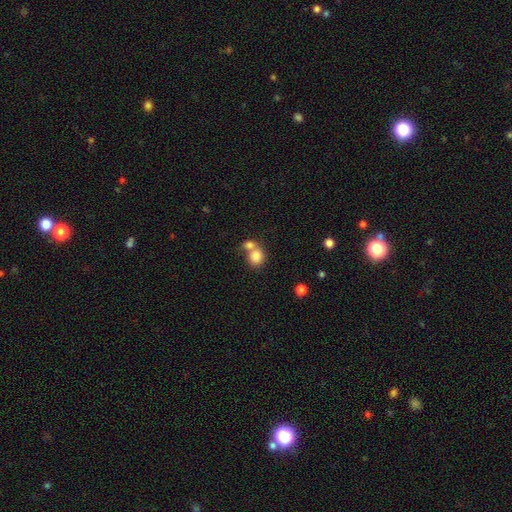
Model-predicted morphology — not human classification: A smooth galaxy with no disk features (82%) that is round (67%). Merging: merger (54%).